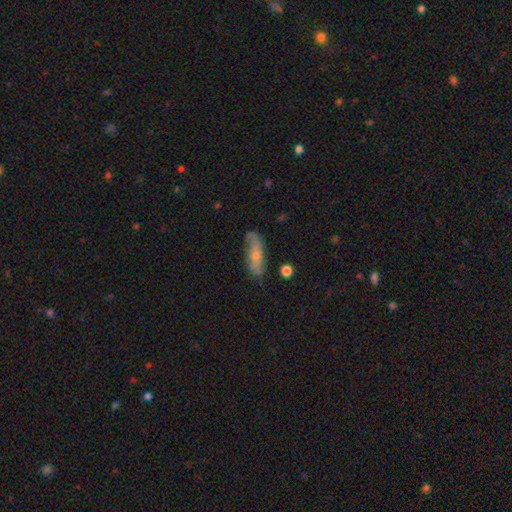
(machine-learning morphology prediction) A featured or disk galaxy (52%). Merging: none (70%).